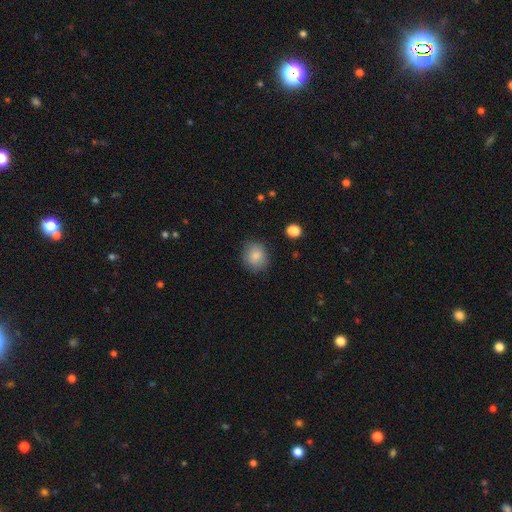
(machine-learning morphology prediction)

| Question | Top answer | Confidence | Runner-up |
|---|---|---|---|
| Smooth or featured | smooth | 85% | star or artifact (8%) |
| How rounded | round | 78% | in between (21%) |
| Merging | none | 83% | minor disturbance (13%) |